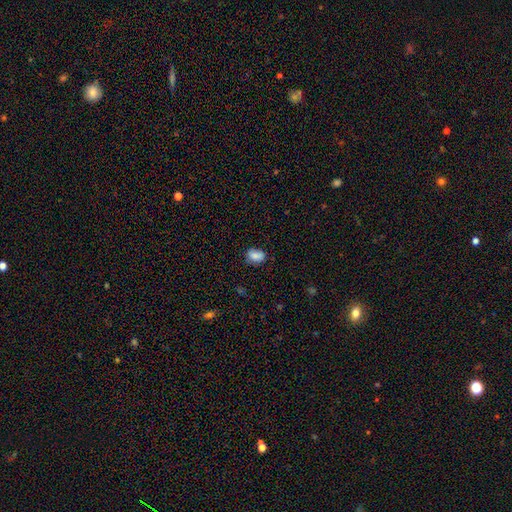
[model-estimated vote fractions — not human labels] Overall: smooth (78%). How rounded: in between (66%; round 32%). Merging: none (68%).